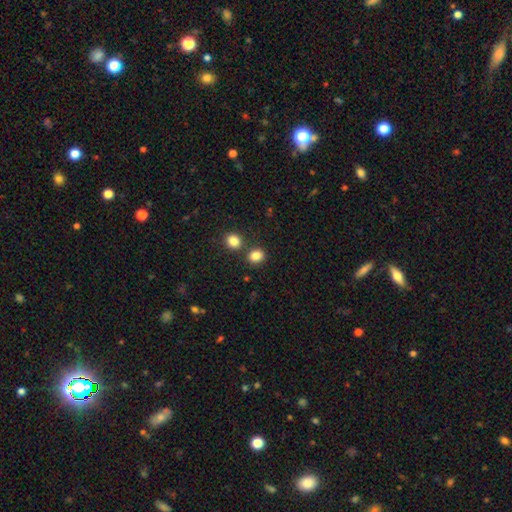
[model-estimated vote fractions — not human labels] Smooth or featured?
  - smooth: 84% *
  - star or artifact: 11%
  - featured or disk: 5%
How rounded?
  - round: 65% *
  - in between: 34%
  - cigar-shaped: 1%
Merging?
  - none: 74% *
  - merger: 16%
  - minor disturbance: 8%
  - major disturbance: 3%